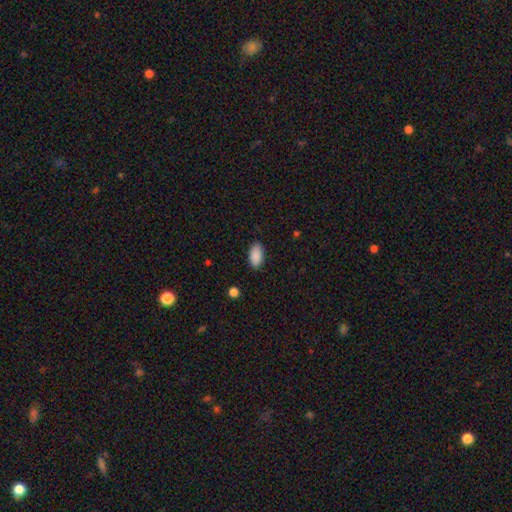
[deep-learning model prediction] Morphology: type=smooth (90%); roundness=in between (94%); merging=none (86%).